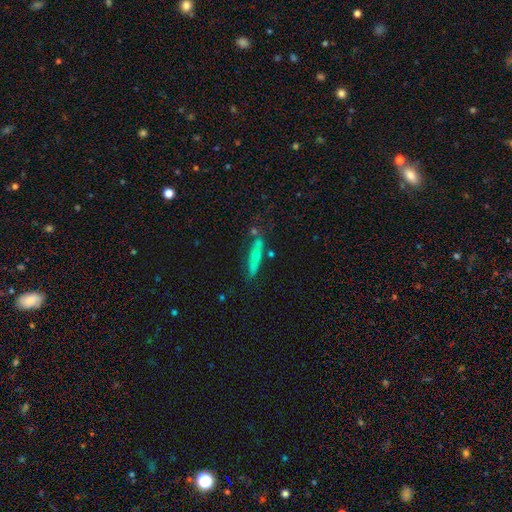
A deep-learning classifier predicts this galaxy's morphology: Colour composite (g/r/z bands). It shows a smooth galaxy with no disk features (50%) that is cigar-shaped (72%). Merging: none (65%).